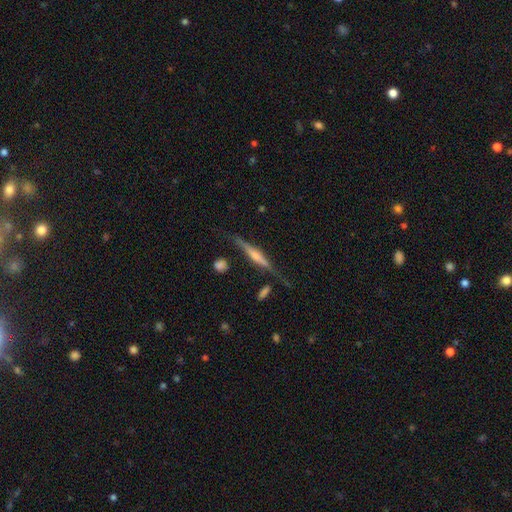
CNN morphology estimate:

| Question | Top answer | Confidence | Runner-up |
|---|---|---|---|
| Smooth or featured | featured or disk | 74% | smooth (18%) |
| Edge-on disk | yes | 96% | no (4%) |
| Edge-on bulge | rounded | 71% | boxy (15%) |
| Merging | none | 79% | minor disturbance (14%) |